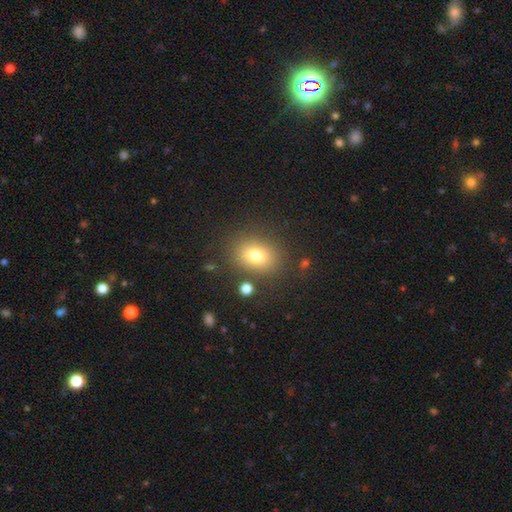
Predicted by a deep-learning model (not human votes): Smooth or featured: smooth — 77% (star or artifact — 13%)
How rounded: in between — 57% (round — 42%)
Merging: none — 82% (minor disturbance — 10%)